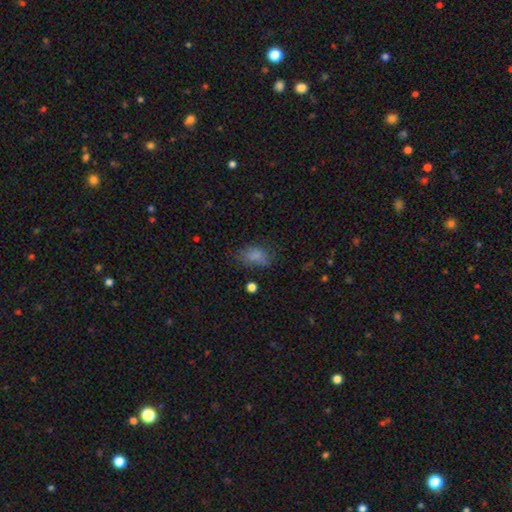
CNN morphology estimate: smooth-or-featured: smooth: 76% | star or artifact: 12% | featured or disk: 12%
  how-rounded: in between: 84% | round: 14% | cigar-shaped: 2%
  merging: none: 51% | minor disturbance: 29% | major disturbance: 18% | merger: 3%